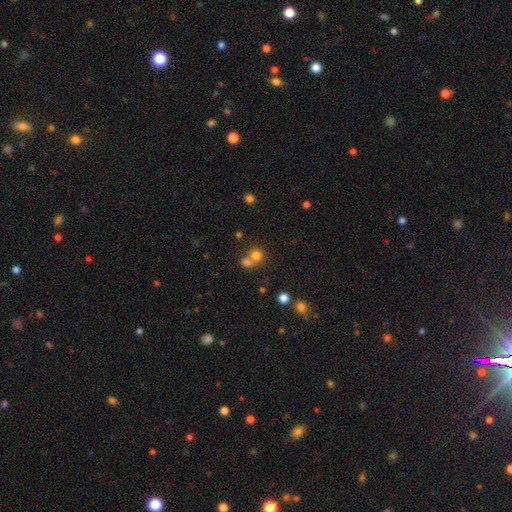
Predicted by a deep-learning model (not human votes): Morphology: type=smooth (73%); roundness=round (83%); merging=merger (47%).